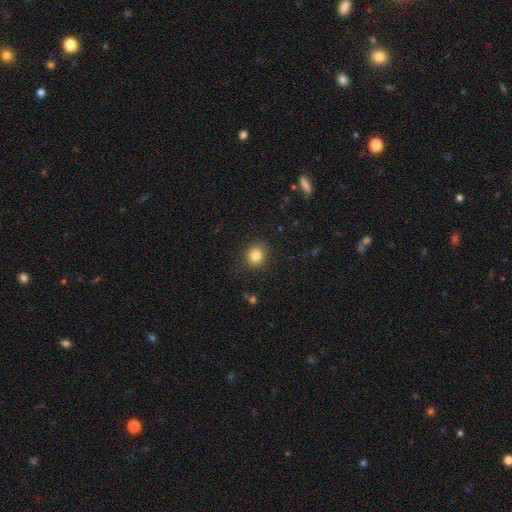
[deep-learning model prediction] Overall: smooth (83%). How rounded: round (74%). Merging: none (88%).